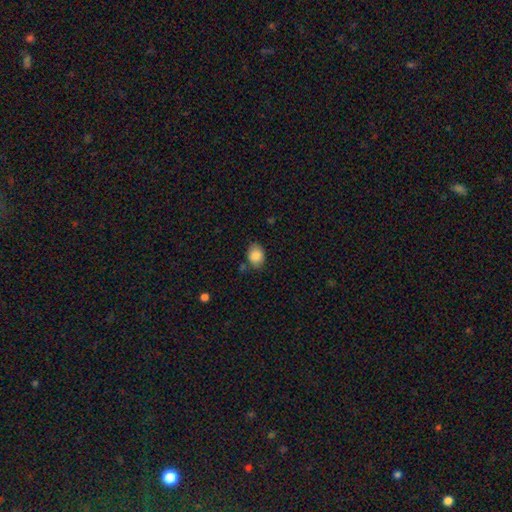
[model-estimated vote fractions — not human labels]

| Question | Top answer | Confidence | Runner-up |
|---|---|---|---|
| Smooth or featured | smooth | 86% | star or artifact (8%) |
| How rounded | in between | 70% | round (29%) |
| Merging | none | 75% | minor disturbance (17%) |